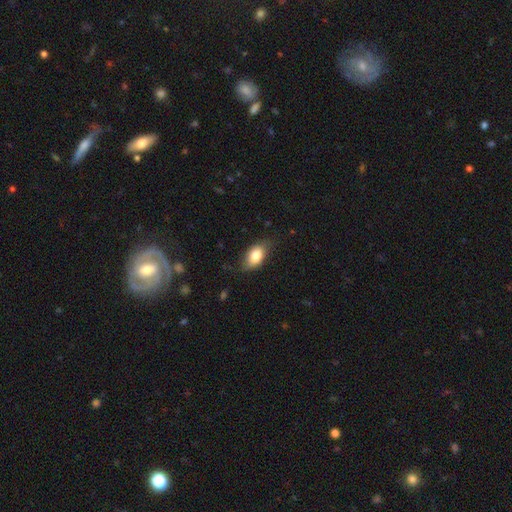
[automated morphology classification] A smooth galaxy with no disk features (81%) that is in between round and cigar-shaped (90%).

Vote fractions:
- Smooth or featured? smooth: 81% / featured or disk: 12% / star or artifact: 7%
- How rounded? in between: 90% / round: 7% / cigar-shaped: 3%
- Merging? none: 72% / minor disturbance: 22% / major disturbance: 4% / merger: 1%